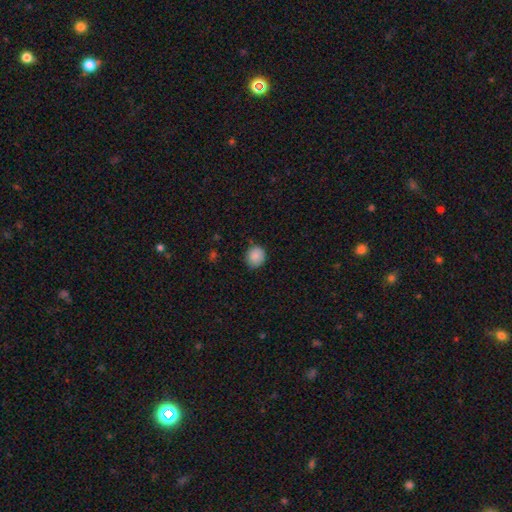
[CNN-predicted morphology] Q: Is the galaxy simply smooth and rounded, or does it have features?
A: smooth — 87%.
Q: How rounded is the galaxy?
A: round — 79%.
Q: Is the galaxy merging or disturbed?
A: none — 79%.